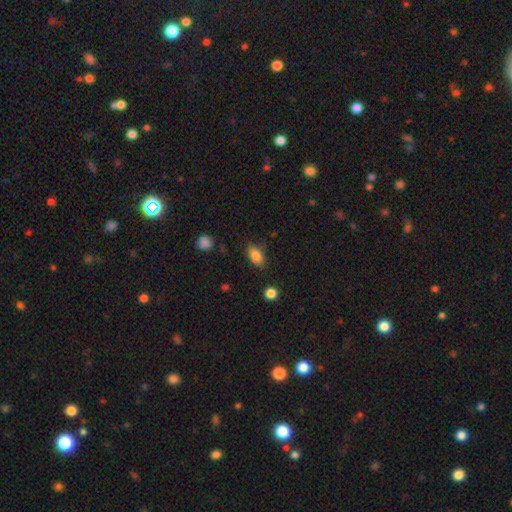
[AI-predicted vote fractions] smooth 82%, featured or disk 9%, star or artifact 9%. Down the decision tree: how rounded — in between (86%); merging — none (76%).